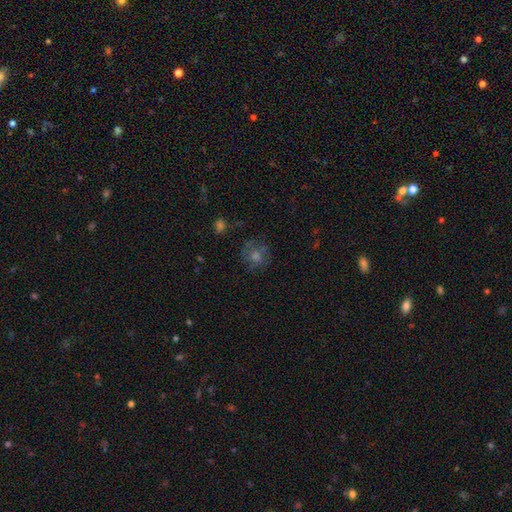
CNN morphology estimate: smooth 44%, featured or disk 32%, star or artifact 24%. Down the decision tree: merging — none (72%).